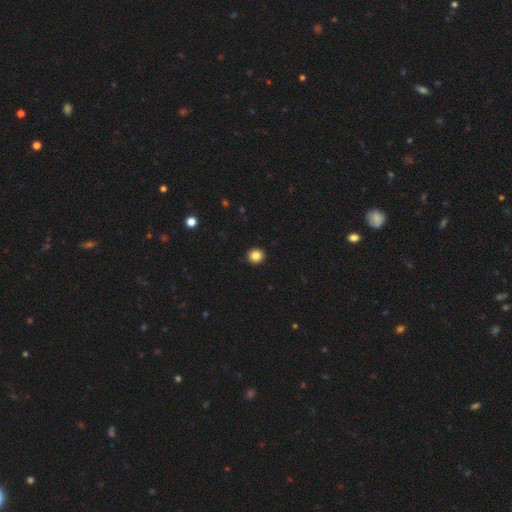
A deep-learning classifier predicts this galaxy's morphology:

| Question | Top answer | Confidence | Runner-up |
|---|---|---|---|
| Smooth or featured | smooth | 85% | star or artifact (10%) |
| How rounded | round | 88% | in between (11%) |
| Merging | none | 92% | minor disturbance (5%) |